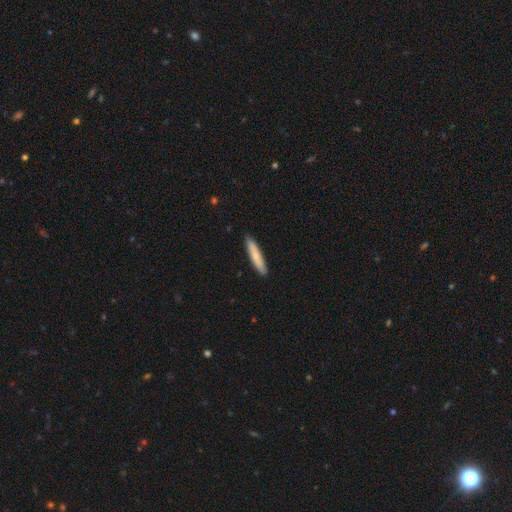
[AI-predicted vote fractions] This appears to be a smooth galaxy with no disk features (74%) that is cigar-shaped (91%). Merging: none (90%).